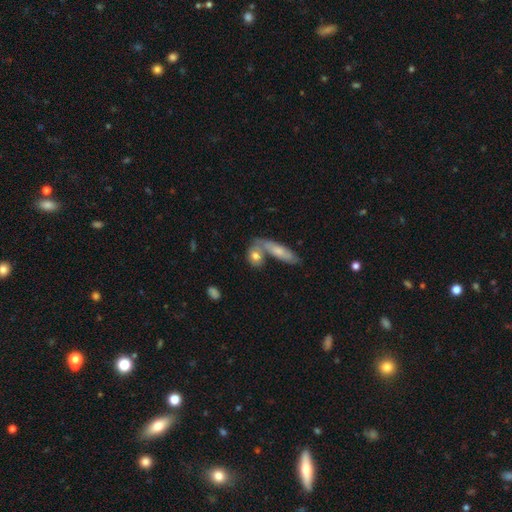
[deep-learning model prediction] Morphology: type=smooth (43%); merging=merger (44%).